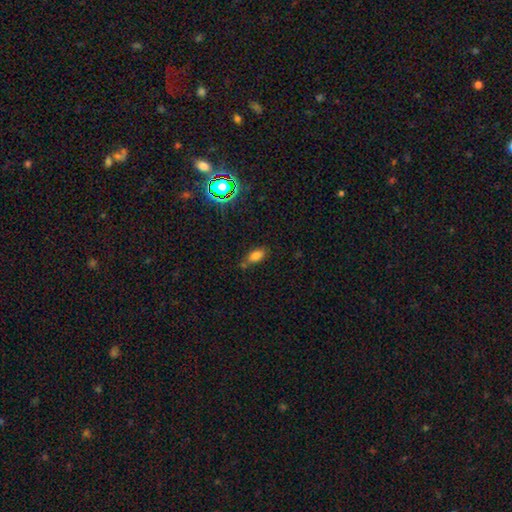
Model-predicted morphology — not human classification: A smooth galaxy with no disk features (77%) that is in between round and cigar-shaped (87%). Merging: none (61%).